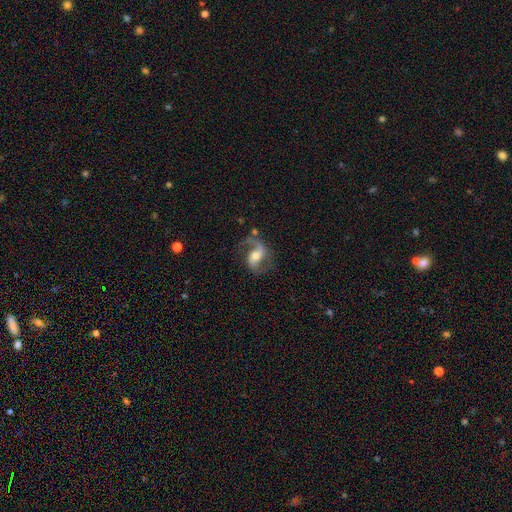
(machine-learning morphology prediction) featured or disk 83%, smooth 11%, star or artifact 6%. Down the decision tree: edge-on disk — no (97%); bar — weak (40%); spiral arms — yes (94%); spiral arm count — 2 (83%); spiral winding — loose (53%); bulge size — moderate (63%); merging — none (64%).